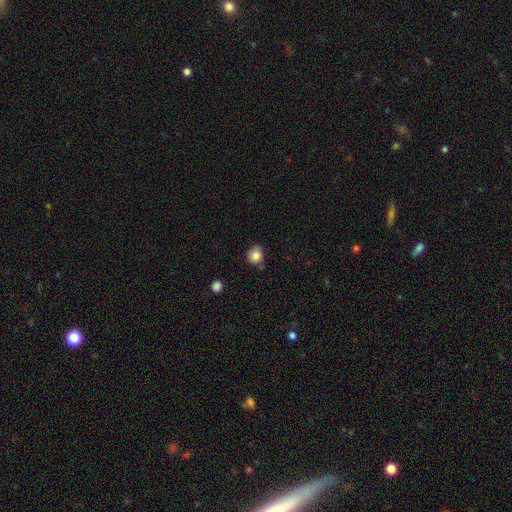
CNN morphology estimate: This appears to be a smooth galaxy with no disk features (83%) that is round (83%). Merging: none (69%).